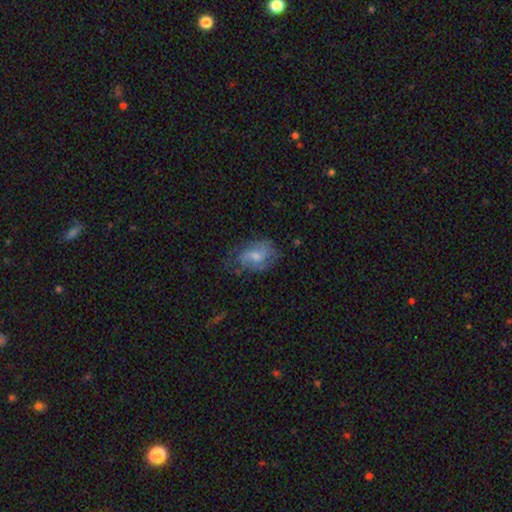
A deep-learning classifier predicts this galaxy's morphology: Q: Smooth or featured?
A: featured or disk (57%); runner-up: smooth (34%)
Q: Edge-on disk?
A: no (96%); runner-up: yes (4%)
Q: Bar?
A: no (46%); runner-up: weak (44%)
Q: Spiral arms?
A: yes (81%); runner-up: no (19%)
Q: Bulge size?
A: moderate (48%); runner-up: small (40%)
Q: Merging?
A: none (60%); runner-up: minor disturbance (26%)